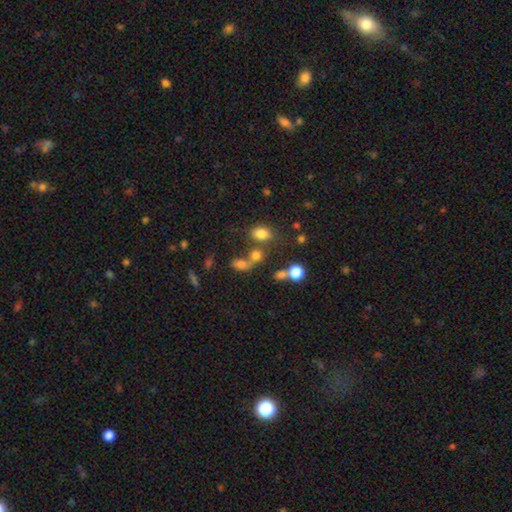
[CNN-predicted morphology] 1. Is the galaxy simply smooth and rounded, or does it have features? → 73% smooth, 17% star or artifact, 10% featured or disk.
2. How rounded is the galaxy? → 56% in between, 42% round, 2% cigar-shaped.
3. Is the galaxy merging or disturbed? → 48% none, 32% merger, 12% minor disturbance, 8% major disturbance.